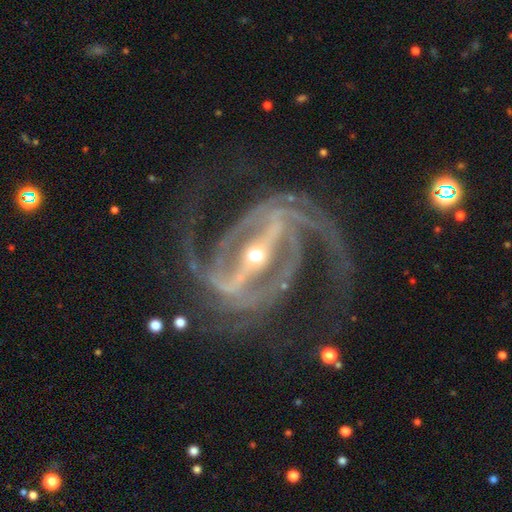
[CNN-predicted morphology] Overall: featured or disk (93%). Edge-on disk: no (96%). Bar: strong (81%). Spiral arms: yes (97%). Spiral arm count: 2 (36%; 3 21%). Spiral winding: medium (44%; tight 39%). Bulge size: small (52%; moderate 43%). Merging: none (60%; major disturbance 21%).